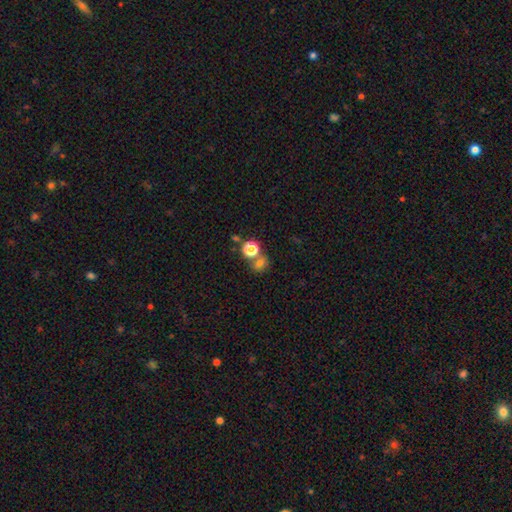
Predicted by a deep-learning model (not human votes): This is possibly a smooth galaxy (46%). Merging: possibly none (55%).